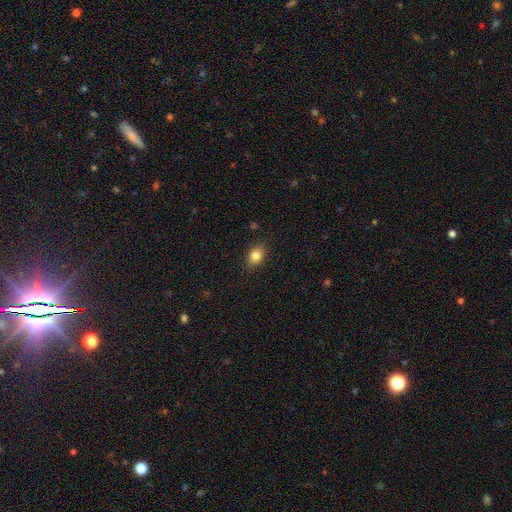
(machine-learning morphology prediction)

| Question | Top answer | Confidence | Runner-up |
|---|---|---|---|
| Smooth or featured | smooth | 83% | star or artifact (10%) |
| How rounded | in between | 66% | round (32%) |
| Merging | none | 85% | minor disturbance (11%) |